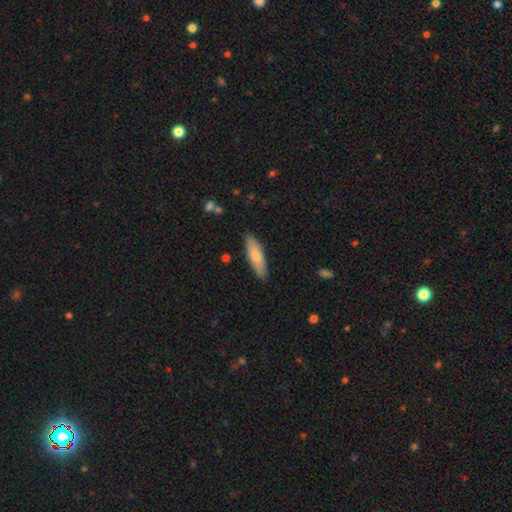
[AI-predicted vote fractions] Smooth or featured? smooth (69%)
How rounded? cigar-shaped (59%)
Merging? none (88%)